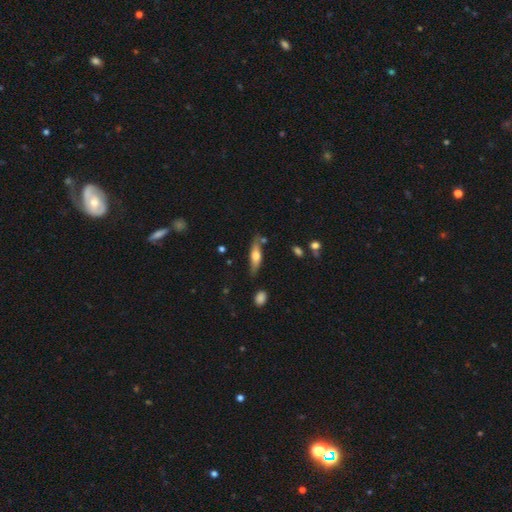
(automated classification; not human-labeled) Morphology: type=smooth (53%); roundness=cigar-shaped (62%); merging=none (72%).